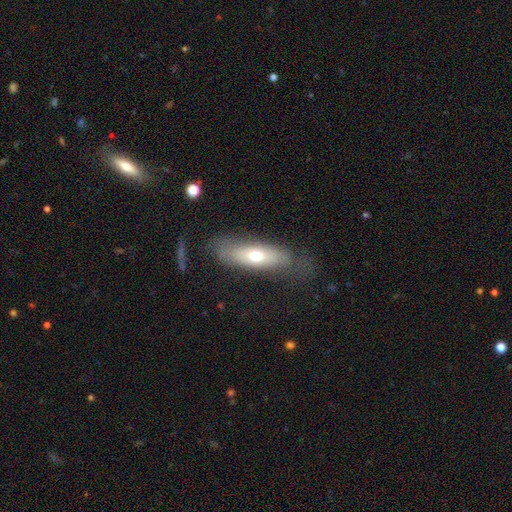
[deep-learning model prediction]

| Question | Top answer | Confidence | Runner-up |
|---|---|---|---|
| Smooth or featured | smooth | 60% | featured or disk (32%) |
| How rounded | in between | 62% | cigar-shaped (34%) |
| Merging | none | 70% | minor disturbance (18%) |